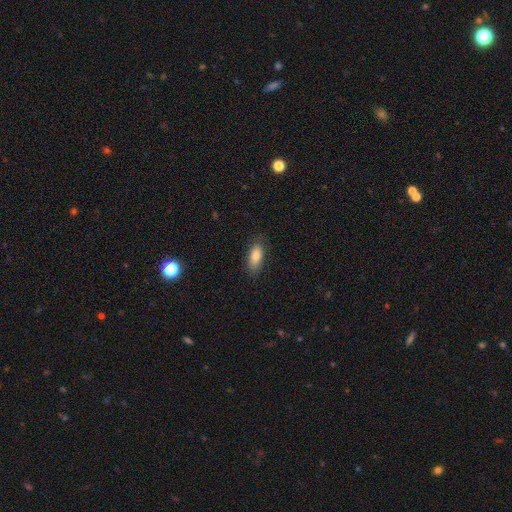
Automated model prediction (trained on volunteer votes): Morphology: type=smooth (84%); roundness=in between (84%); merging=none (81%).